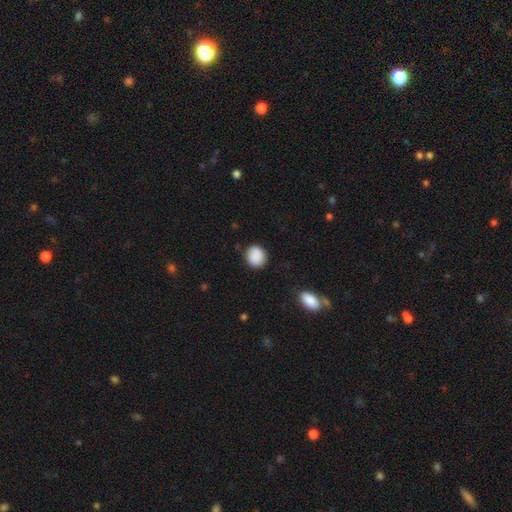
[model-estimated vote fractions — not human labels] smooth 89%, star or artifact 8%, featured or disk 3%. Down the decision tree: how rounded — round (80%); merging — none (86%).